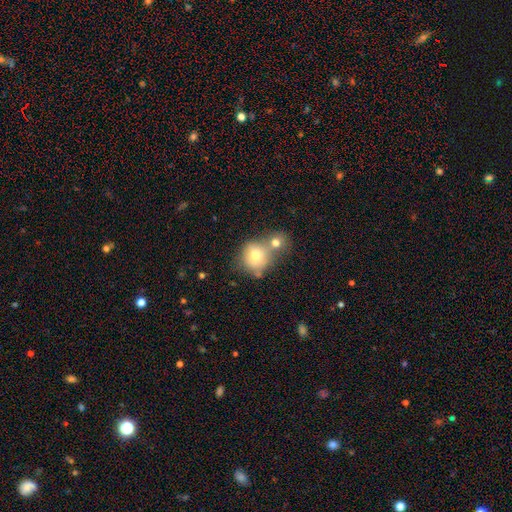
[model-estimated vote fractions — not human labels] A smooth galaxy with no disk features (72%) that is round (81%).

Vote fractions:
- Smooth or featured? smooth: 72% / featured or disk: 17% / star or artifact: 11%
- How rounded? round: 81% / in between: 18% / cigar-shaped: 1%
- Merging? merger: 49% / none: 37% / minor disturbance: 10% / major disturbance: 4%